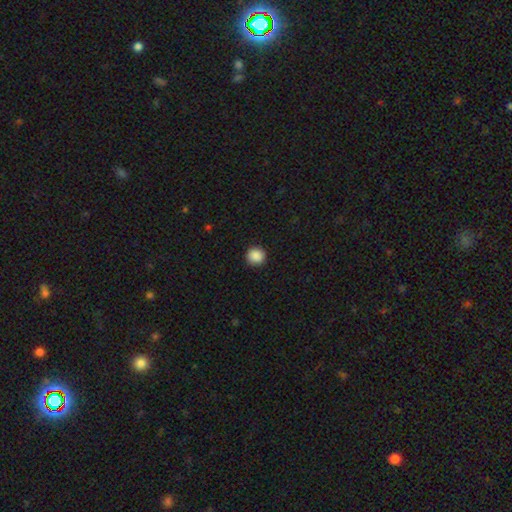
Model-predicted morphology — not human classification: This appears to be a smooth galaxy with no disk features (89%) that is round (92%). Merging: none (91%).